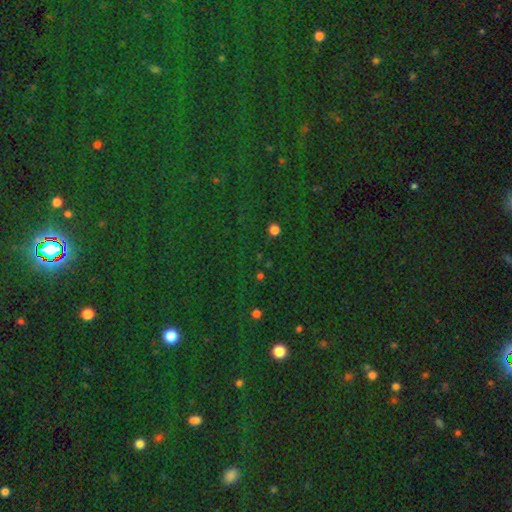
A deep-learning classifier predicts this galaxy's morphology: This is clearly a star or artifact rather than a galaxy (81%).